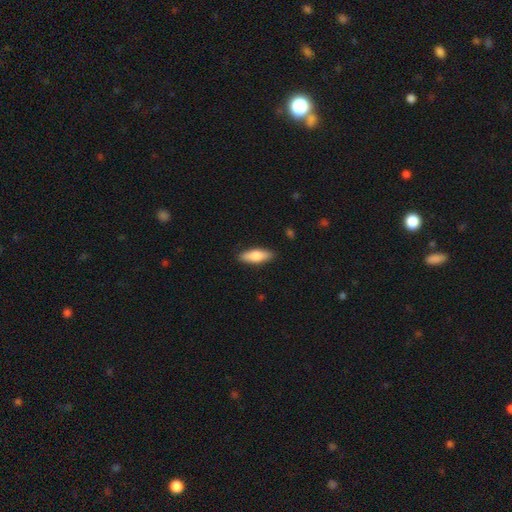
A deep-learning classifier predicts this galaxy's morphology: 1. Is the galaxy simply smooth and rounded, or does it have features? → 76% smooth, 19% featured or disk, 6% star or artifact.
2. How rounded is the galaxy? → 61% in between, 37% cigar-shaped, 2% round.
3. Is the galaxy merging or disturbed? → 88% none, 9% minor disturbance, 2% major disturbance, 1% merger.